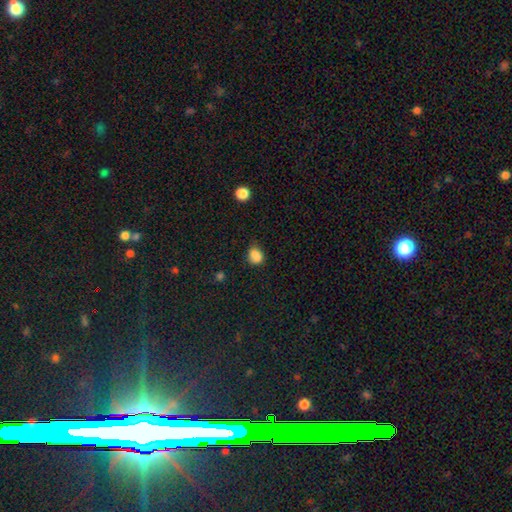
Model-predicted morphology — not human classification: Q: Smooth or featured?
A: smooth (83%); runner-up: star or artifact (12%)
Q: How rounded?
A: round (54%); runner-up: in between (45%)
Q: Merging?
A: none (59%); runner-up: minor disturbance (28%)